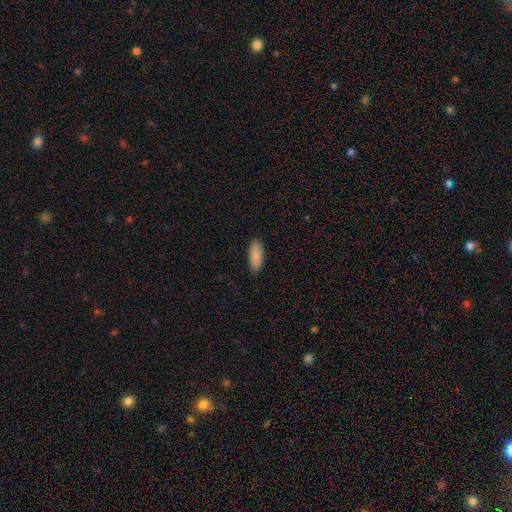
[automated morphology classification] This appears to be a smooth galaxy with no disk features (88%) that is in between round and cigar-shaped (67%). Merging: none (88%).